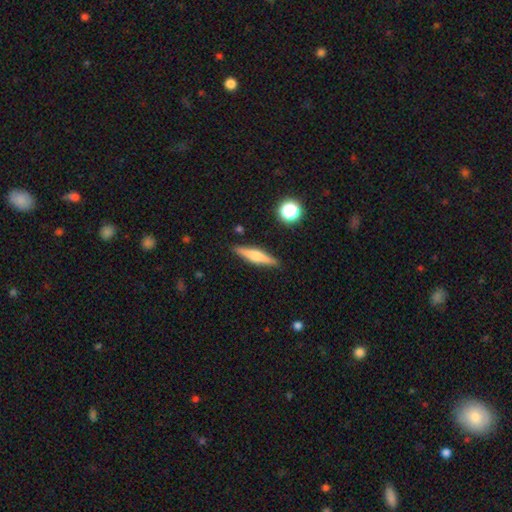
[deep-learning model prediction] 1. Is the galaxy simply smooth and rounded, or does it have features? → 48% featured or disk, 45% smooth, 7% star or artifact.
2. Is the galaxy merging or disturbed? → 89% none, 8% minor disturbance, 2% major disturbance, 2% merger.